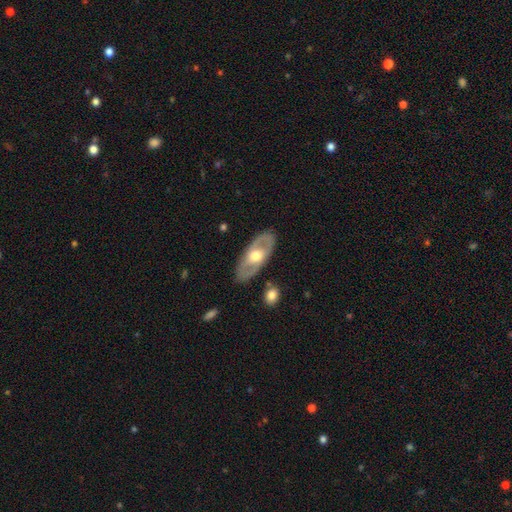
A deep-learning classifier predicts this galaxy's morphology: smooth_or_featured: featured or disk (p=0.64) [alt: smooth p=0.31]
disk_edge_on: no (p=0.83) [alt: yes p=0.17]
bar: no (p=0.69) [alt: weak p=0.22]
has_spiral_arms: no (p=0.65) [alt: yes p=0.35]
bulge_size: moderate (p=0.72) [alt: large p=0.15]
merging: none (p=0.83) [alt: minor disturbance p=0.11]